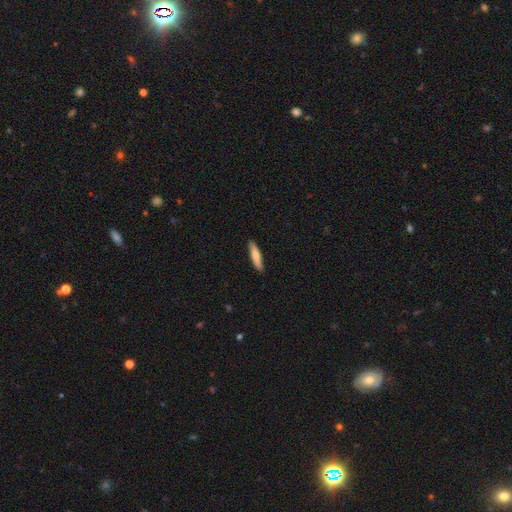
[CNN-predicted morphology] Q: Smooth or featured?
A: smooth (72%); runner-up: featured or disk (22%)
Q: How rounded?
A: cigar-shaped (85%); runner-up: in between (14%)
Q: Merging?
A: none (89%); runner-up: minor disturbance (9%)